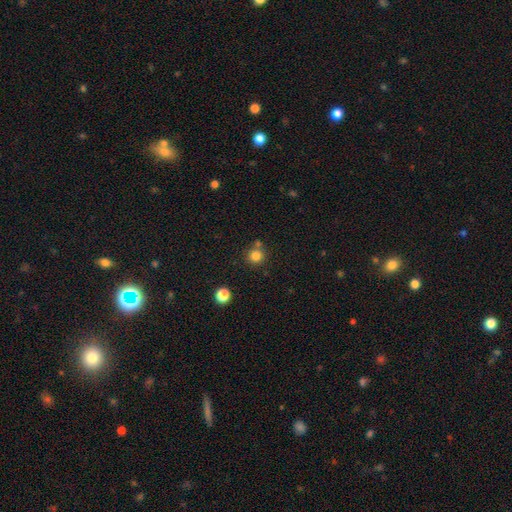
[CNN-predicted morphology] Smooth or featured? smooth (81%)
How rounded? round (93%)
Merging? none (74%)